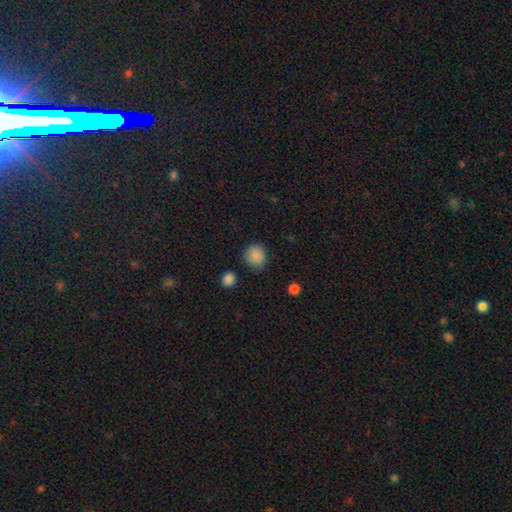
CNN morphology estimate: Smooth or featured: smooth — 87% (star or artifact — 10%)
How rounded: round — 84% (in between — 15%)
Merging: none — 83% (minor disturbance — 12%)